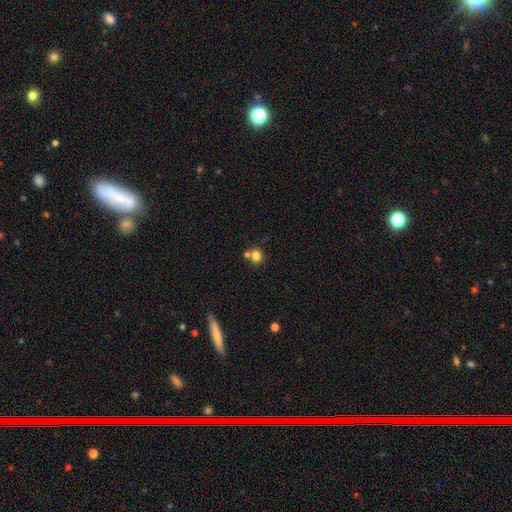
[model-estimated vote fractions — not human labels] smooth_or_featured: smooth (p=0.79) [alt: star or artifact p=0.12]
how_rounded: round (p=0.84) [alt: in between p=0.15]
merging: none (p=0.58) [alt: merger p=0.30]